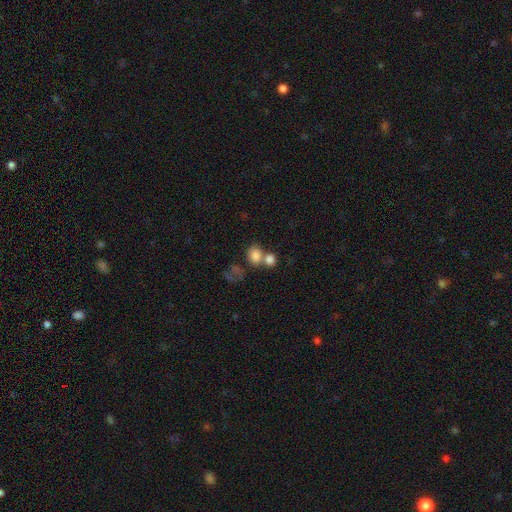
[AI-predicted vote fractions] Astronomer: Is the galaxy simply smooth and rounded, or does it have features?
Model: smooth — 81%.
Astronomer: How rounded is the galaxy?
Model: round — 56% (runner-up: in between, 43%).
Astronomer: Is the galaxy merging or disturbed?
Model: merger — 48% (runner-up: none, 38%).